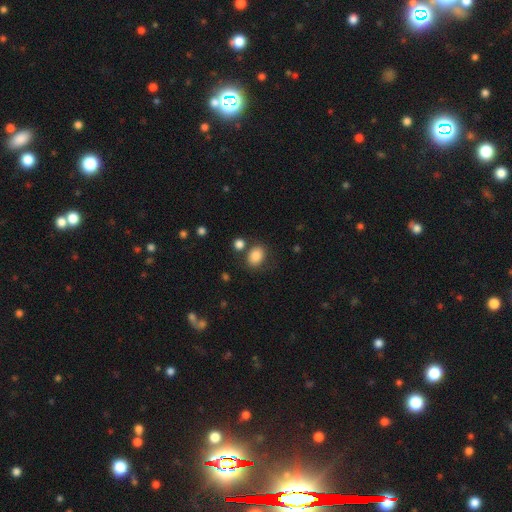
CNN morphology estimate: Q: Smooth or featured?
A: smooth (85%); runner-up: star or artifact (9%)
Q: How rounded?
A: in between (58%); runner-up: round (41%)
Q: Merging?
A: none (69%); runner-up: minor disturbance (14%)